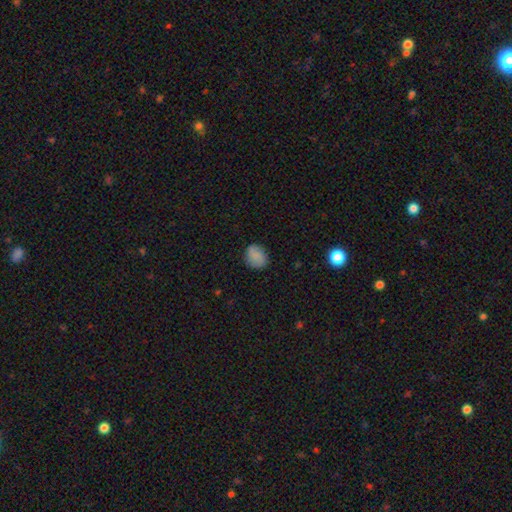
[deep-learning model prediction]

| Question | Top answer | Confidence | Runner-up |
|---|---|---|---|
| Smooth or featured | smooth | 79% | featured or disk (12%) |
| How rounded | round | 56% | in between (43%) |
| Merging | none | 81% | minor disturbance (14%) |